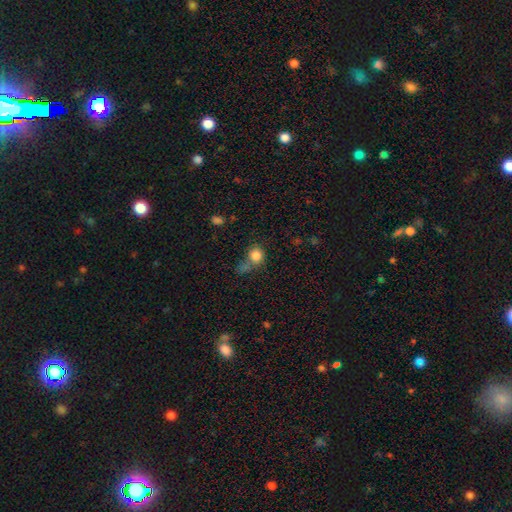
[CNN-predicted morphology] A smooth galaxy with no disk features (82%) that is round (77%). Merging: none (42%).